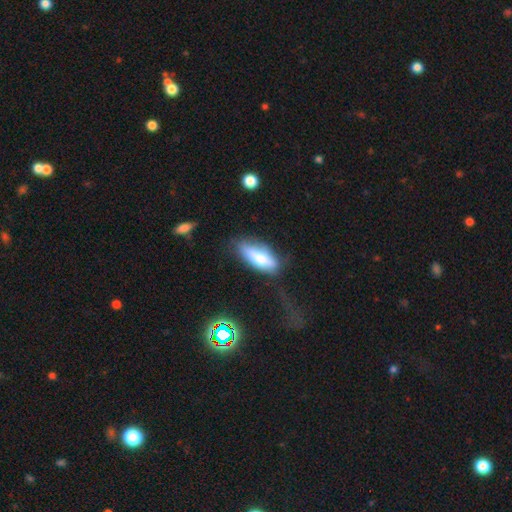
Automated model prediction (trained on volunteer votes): A smooth galaxy with no disk features (69%) that is in between round and cigar-shaped (63%). Merging: none (53%).